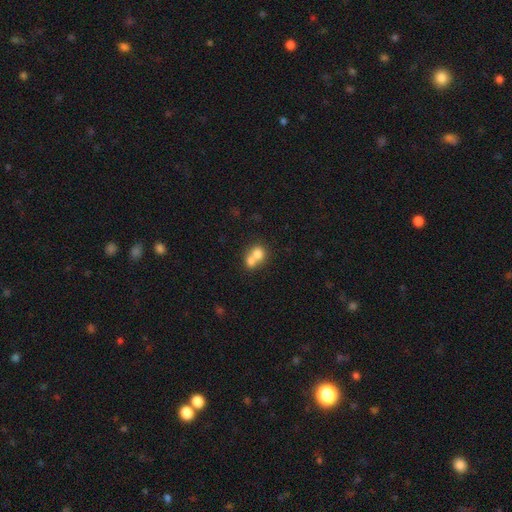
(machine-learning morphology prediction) This appears to be a smooth galaxy with no disk features (74%) that is round (70%). Merging: merger (66%).